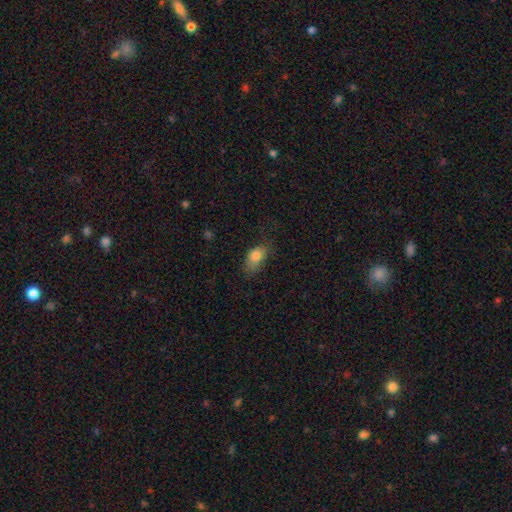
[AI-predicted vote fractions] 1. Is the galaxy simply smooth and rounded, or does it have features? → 82% smooth, 10% featured or disk, 8% star or artifact.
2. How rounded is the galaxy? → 87% in between, 11% round, 2% cigar-shaped.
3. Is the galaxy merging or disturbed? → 49% none, 33% minor disturbance, 16% major disturbance, 2% merger.